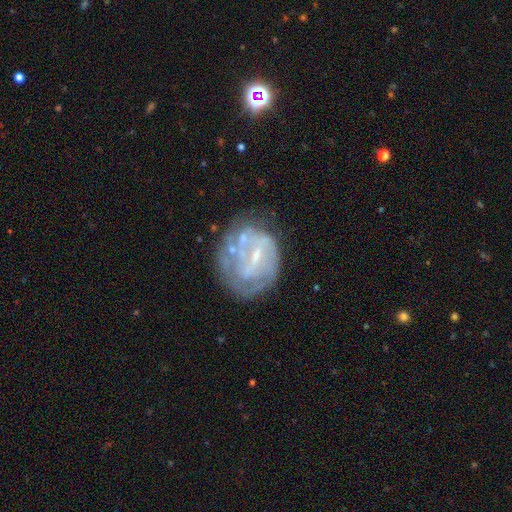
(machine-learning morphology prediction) featured or disk 72%, smooth 18%, star or artifact 10%. Down the decision tree: edge-on disk — no (98%); bar — weak (45%); spiral arms — yes (57%); bulge size — small (55%); merging — none (53%).